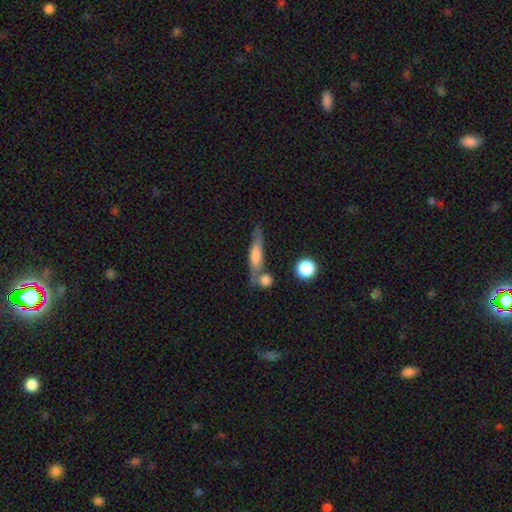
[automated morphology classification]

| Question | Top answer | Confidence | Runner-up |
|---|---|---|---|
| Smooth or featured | smooth | 55% | featured or disk (38%) |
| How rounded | cigar-shaped | 73% | in between (22%) |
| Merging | none | 56% | merger (22%) |